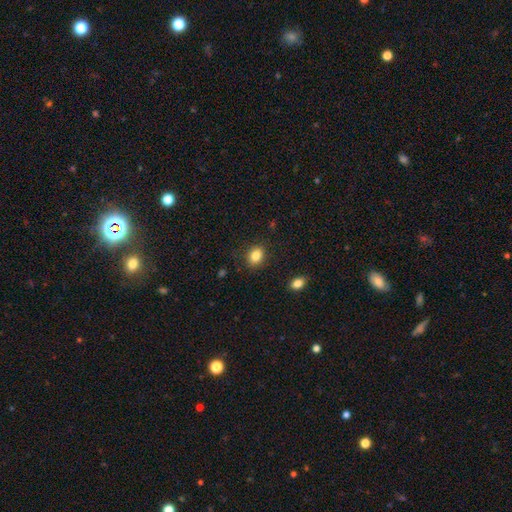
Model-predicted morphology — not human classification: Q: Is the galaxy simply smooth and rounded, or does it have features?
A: smooth — 84%.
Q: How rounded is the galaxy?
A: in between — 60%.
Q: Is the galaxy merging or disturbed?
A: none — 86%.